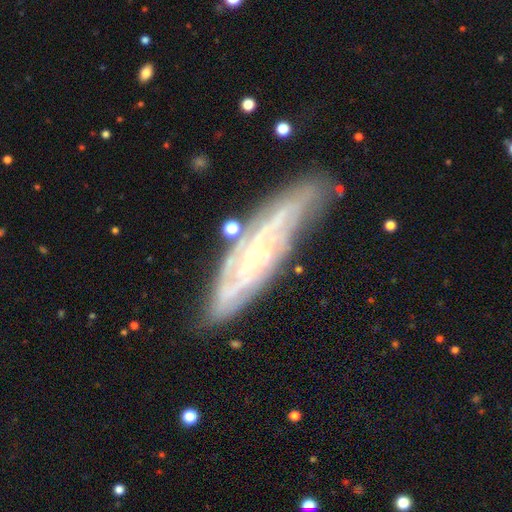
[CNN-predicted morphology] A featured or disk galaxy (83%) with no bar (62%), tight (61%) spiral arms (93%) and a small central bulge (73%).

Vote fractions:
- Smooth or featured? featured or disk: 83% / smooth: 10% / star or artifact: 7%
- Edge-on disk? no: 76% / yes: 24%
- Bar? no: 62% / weak: 27% / strong: 11%
- Spiral arms? yes: 93% / no: 7%
- Spiral winding? tight: 61% / medium: 31% / loose: 7%
- Spiral arm count? can't tell: 35% / 2: 27% / 3: 19% / 4: 9% / more than 4: 5% / 1: 4%
- Bulge size? small: 73% / moderate: 23% / none: 2% / large: 1% / dominant: 1%
- Merging? none: 73% / minor disturbance: 19% / major disturbance: 6% / merger: 3%